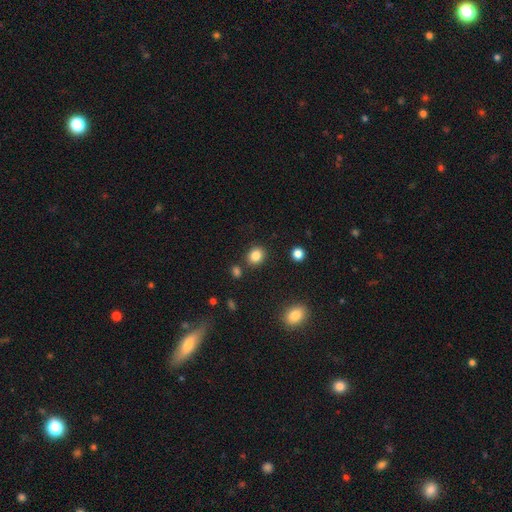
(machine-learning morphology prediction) smooth 84%, star or artifact 11%, featured or disk 5%. Down the decision tree: how rounded — round (63%); merging — none (83%).